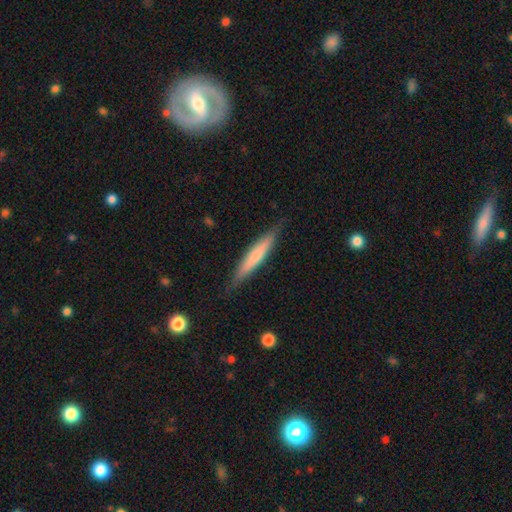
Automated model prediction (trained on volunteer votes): Smooth or featured: smooth — 60% (featured or disk — 35%)
How rounded: cigar-shaped — 93% (in between — 6%)
Merging: none — 85% (minor disturbance — 11%)